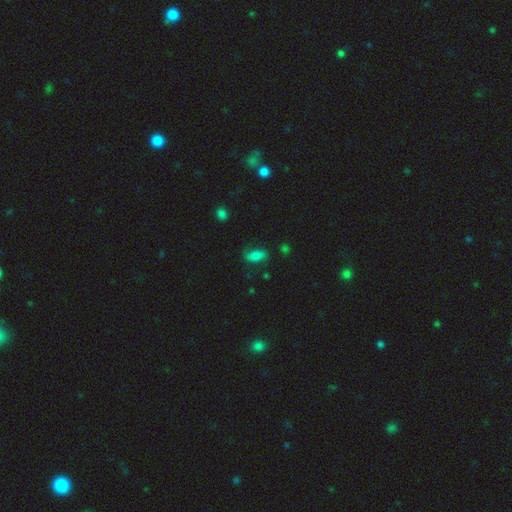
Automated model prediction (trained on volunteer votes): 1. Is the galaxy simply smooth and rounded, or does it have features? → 55% smooth, 33% featured or disk, 13% star or artifact.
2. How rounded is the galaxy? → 83% in between, 10% cigar-shaped, 7% round.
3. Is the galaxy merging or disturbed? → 64% none, 23% minor disturbance, 11% major disturbance, 2% merger.